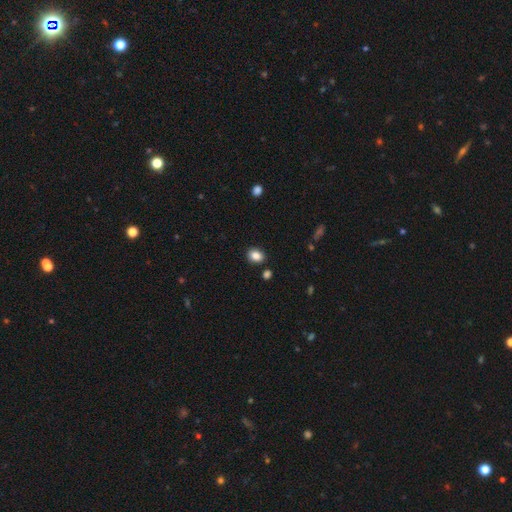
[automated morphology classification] This appears to be a smooth galaxy with no disk features (86%) that is in between round and cigar-shaped (59%). Merging: none (86%).